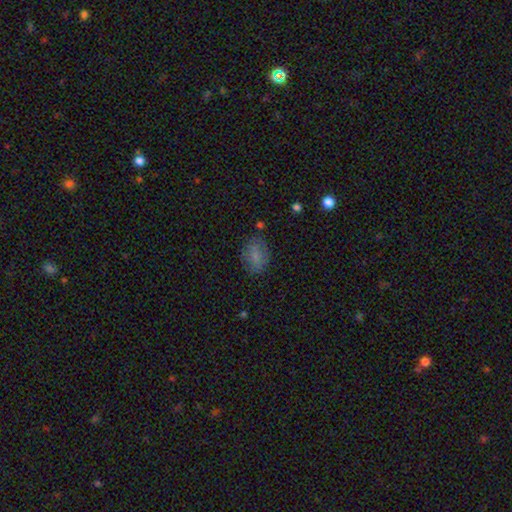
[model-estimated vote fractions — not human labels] smooth-or-featured: smooth: 77% | featured or disk: 14% | star or artifact: 9%
  how-rounded: in between: 81% | round: 17% | cigar-shaped: 2%
  merging: none: 77% | minor disturbance: 16% | major disturbance: 5% | merger: 2%